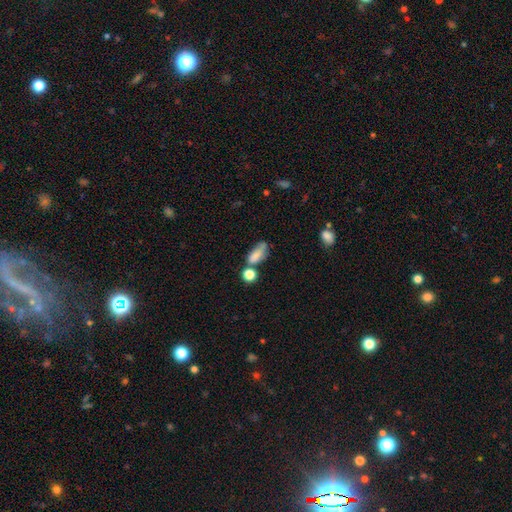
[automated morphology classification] type=smooth (76%); roundness=in between (72%); merging=none (39%).